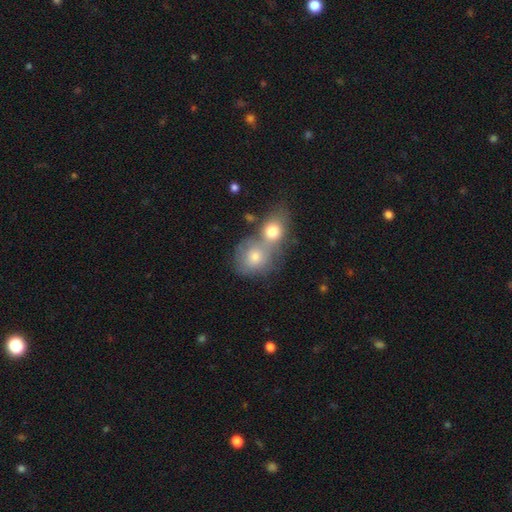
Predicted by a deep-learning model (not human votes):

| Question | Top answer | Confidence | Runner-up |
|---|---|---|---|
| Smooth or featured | smooth | 62% | featured or disk (24%) |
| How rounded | round | 72% | in between (27%) |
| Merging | merger | 63% | none (27%) |